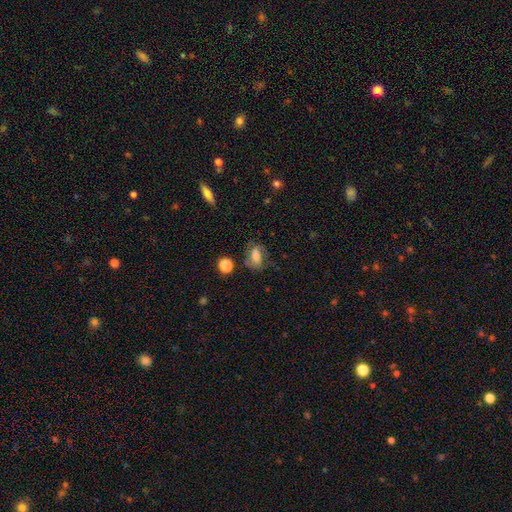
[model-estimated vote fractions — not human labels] A smooth galaxy with no disk features (47%).

Vote fractions:
- Smooth or featured? smooth: 47% / featured or disk: 42% / star or artifact: 11%
- Merging? none: 58% / minor disturbance: 22% / major disturbance: 15% / merger: 4%